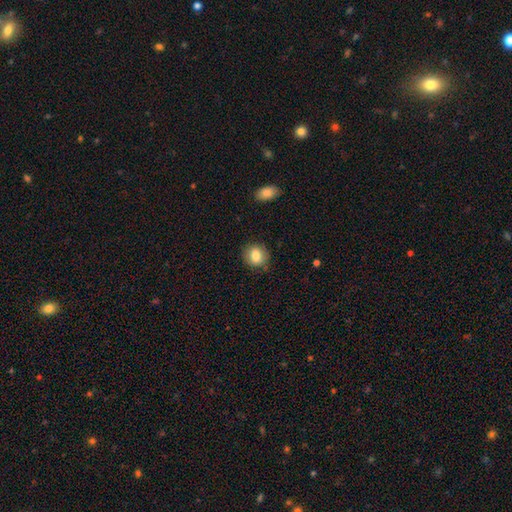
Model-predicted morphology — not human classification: This appears to be a smooth galaxy with no disk features (83%) that is round (74%). Merging: none (84%).